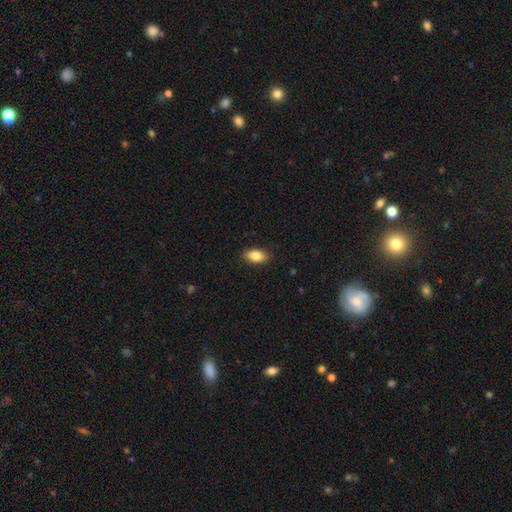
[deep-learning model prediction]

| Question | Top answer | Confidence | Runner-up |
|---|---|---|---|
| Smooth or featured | smooth | 83% | featured or disk (9%) |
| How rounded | in between | 89% | round (7%) |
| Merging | none | 87% | minor disturbance (10%) |